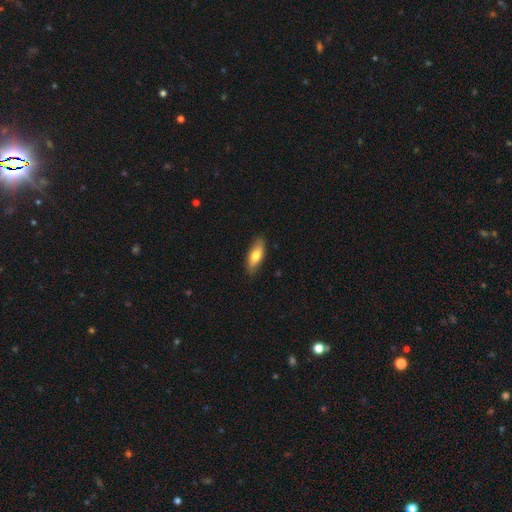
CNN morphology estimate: The model was most divided on "how rounded": in between: 71%, cigar-shaped: 26%, round: 2%. More confident: merging — none (85%); smooth or featured — smooth (74%).